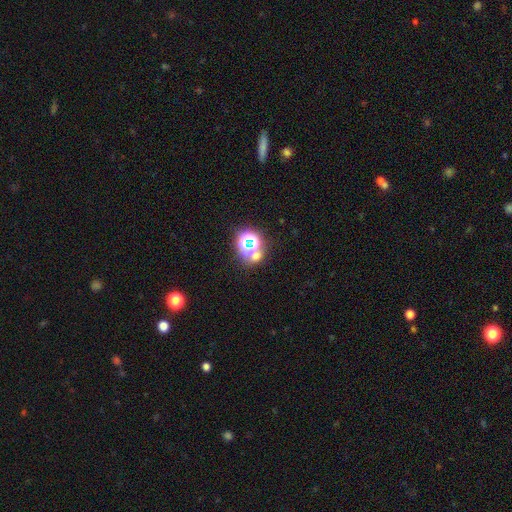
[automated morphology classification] The model was most divided on "smooth or featured": star or artifact: 51%, smooth: 39%, featured or disk: 10%.